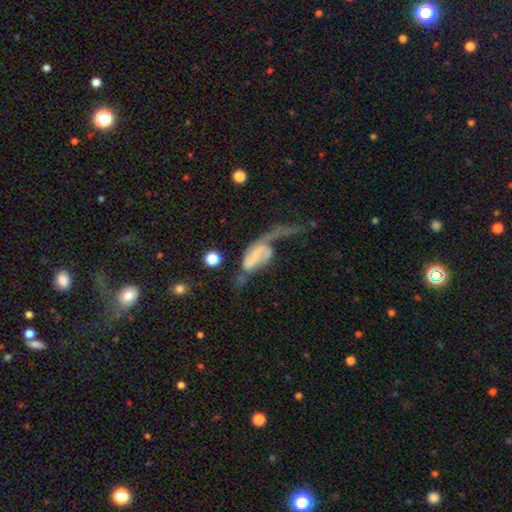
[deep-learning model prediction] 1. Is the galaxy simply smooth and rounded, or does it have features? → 68% featured or disk, 24% smooth, 8% star or artifact.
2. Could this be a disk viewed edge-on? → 94% no, 6% yes.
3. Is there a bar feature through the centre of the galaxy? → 36% weak, 32% no, 31% strong.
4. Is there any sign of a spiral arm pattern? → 76% yes, 24% no.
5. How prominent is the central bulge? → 41% none, 36% small, 16% moderate, 5% large, 3% dominant.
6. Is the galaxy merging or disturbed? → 52% major disturbance, 18% none, 16% merger, 14% minor disturbance.